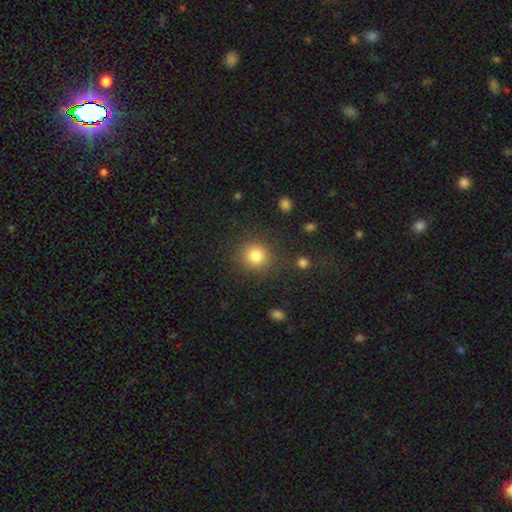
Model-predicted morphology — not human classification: The model was most divided on "smooth or featured": smooth: 83%, star or artifact: 11%, featured or disk: 6%. More confident: how rounded — round (90%); merging — none (86%).